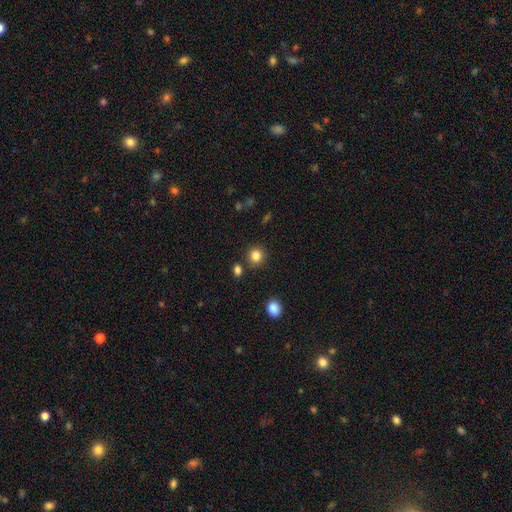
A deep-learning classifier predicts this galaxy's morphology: smooth_or_featured: smooth (p=0.84) [alt: star or artifact p=0.11]
how_rounded: round (p=0.89) [alt: in between p=0.10]
merging: none (p=0.86) [alt: minor disturbance p=0.07]